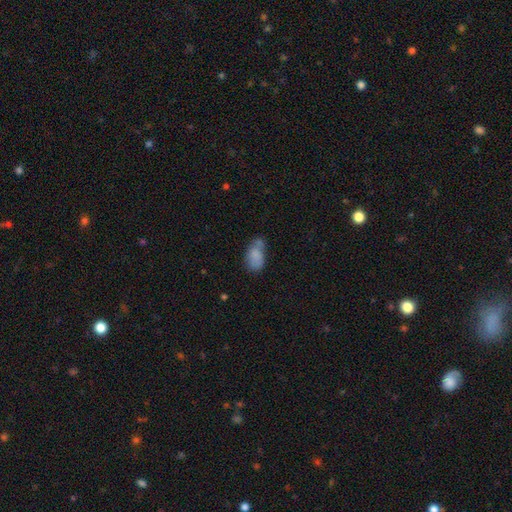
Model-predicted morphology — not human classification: Q: Smooth or featured?
A: smooth (77%); runner-up: featured or disk (14%)
Q: How rounded?
A: in between (90%); runner-up: round (8%)
Q: Merging?
A: none (37%); runner-up: minor disturbance (27%)